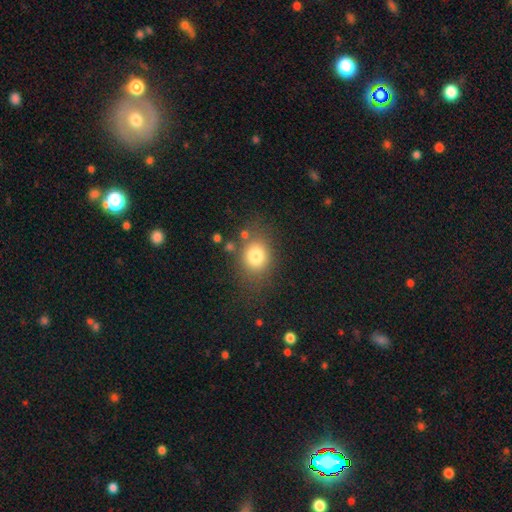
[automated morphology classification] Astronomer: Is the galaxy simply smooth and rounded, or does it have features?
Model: smooth — 78%.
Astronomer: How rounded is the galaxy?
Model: round — 61% (runner-up: in between, 38%).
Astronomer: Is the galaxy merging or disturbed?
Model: none — 74%.